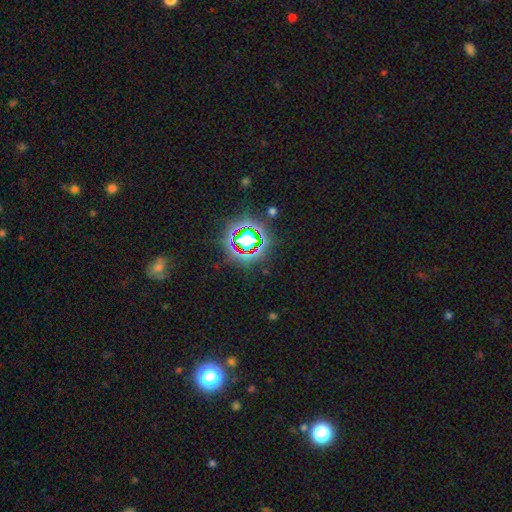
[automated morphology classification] A star or artifact, not a galaxy (78%).

Vote fractions:
- Smooth or featured? star or artifact: 78% / smooth: 13% / featured or disk: 8%